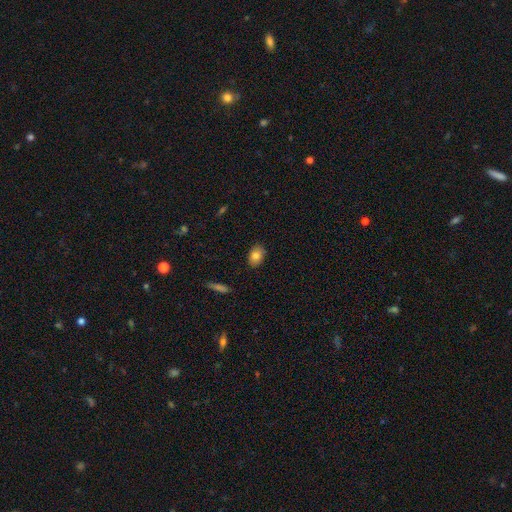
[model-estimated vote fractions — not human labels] Overall: smooth (81%). How rounded: in between (81%). Merging: none (86%).